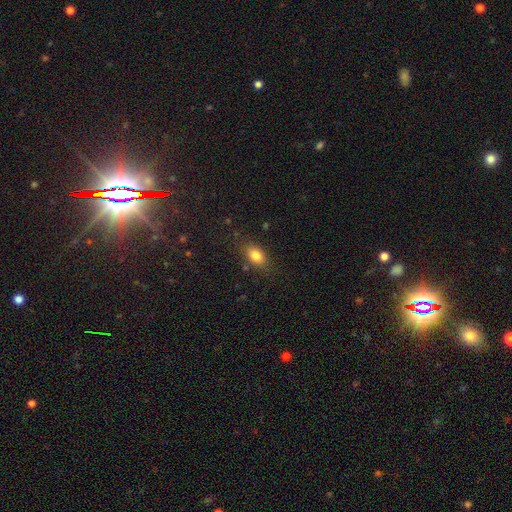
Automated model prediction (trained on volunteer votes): A smooth galaxy with no disk features (81%) that is in between round and cigar-shaped (84%). Merging: none (81%).